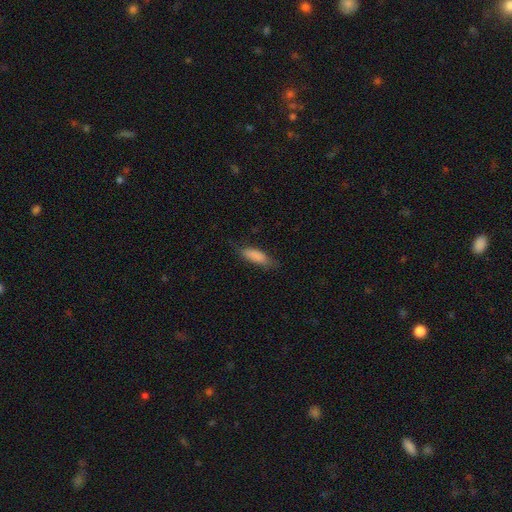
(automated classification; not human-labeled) smooth-or-featured: smooth: 84% | featured or disk: 9% | star or artifact: 7%
  how-rounded: in between: 61% | cigar-shaped: 37% | round: 2%
  merging: none: 68% | minor disturbance: 24% | major disturbance: 7% | merger: 1%